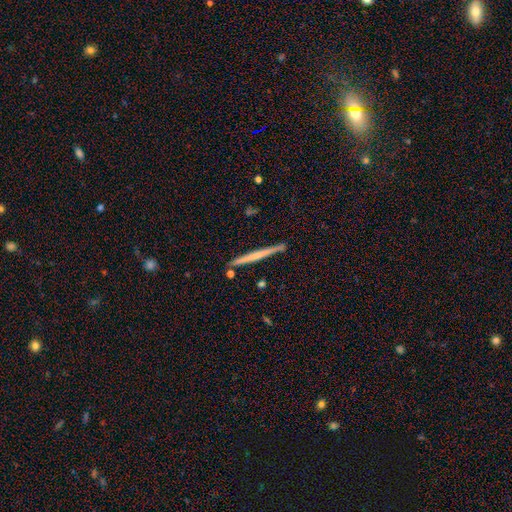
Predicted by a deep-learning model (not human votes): Morphology: type=featured or disk (52%); edge-on=yes (98%); edge-on bulge=none (78%); merging=none (89%).